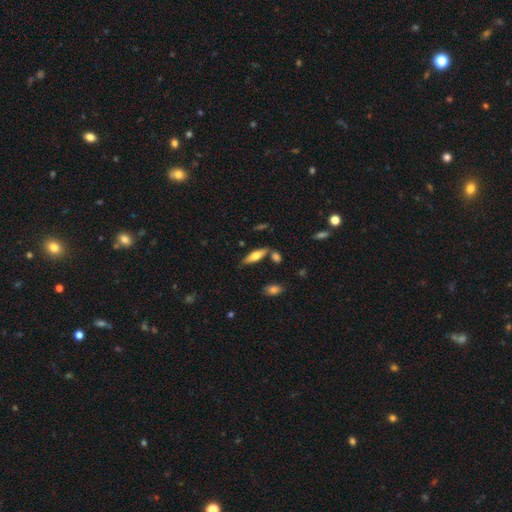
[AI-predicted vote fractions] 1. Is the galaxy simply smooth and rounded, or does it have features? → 64% smooth, 30% featured or disk, 7% star or artifact.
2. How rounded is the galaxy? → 55% in between, 43% cigar-shaped, 2% round.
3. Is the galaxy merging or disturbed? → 74% none, 14% minor disturbance, 8% merger, 3% major disturbance.